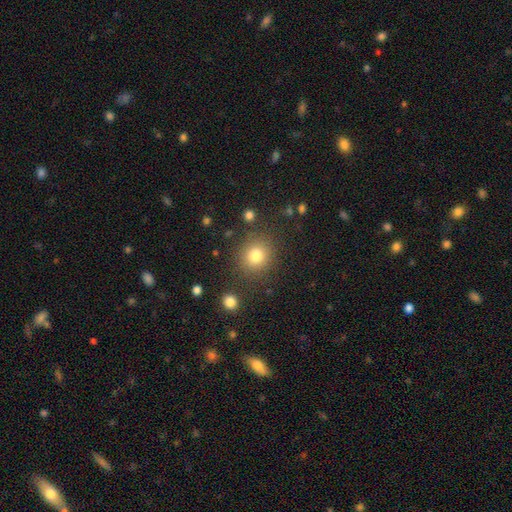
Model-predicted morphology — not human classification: A smooth galaxy with no disk features (81%) that is round (84%). Merging: none (84%).